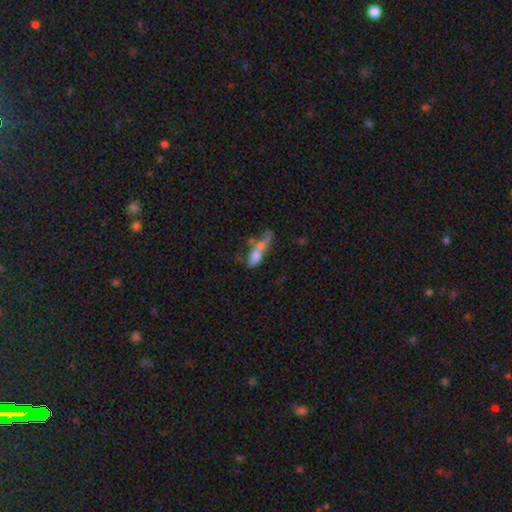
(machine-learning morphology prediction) The model was most divided on "merging": merger: 45%, major disturbance: 25%, none: 18%, minor disturbance: 12%. More confident: smooth or featured — smooth (58%); how rounded — in between (57%).